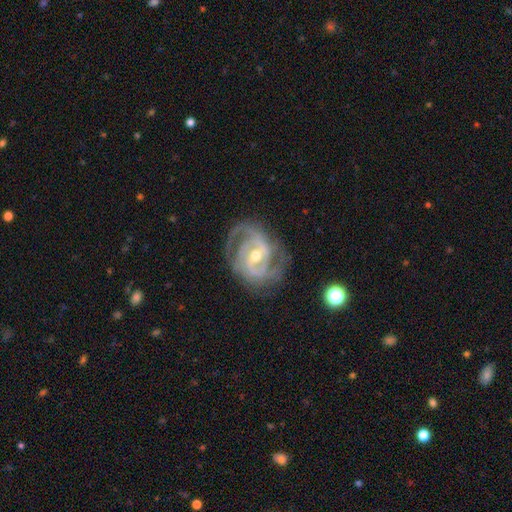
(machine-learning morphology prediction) Q: Smooth or featured?
A: featured or disk (91%); runner-up: star or artifact (5%)
Q: Edge-on disk?
A: no (97%); runner-up: yes (3%)
Q: Bar?
A: weak (45%); runner-up: strong (28%)
Q: Spiral arms?
A: yes (98%); runner-up: no (2%)
Q: Spiral winding?
A: tight (49%); runner-up: medium (43%)
Q: Spiral arm count?
A: 2 (53%); runner-up: 3 (26%)
Q: Bulge size?
A: moderate (59%); runner-up: small (37%)
Q: Merging?
A: none (73%); runner-up: minor disturbance (18%)